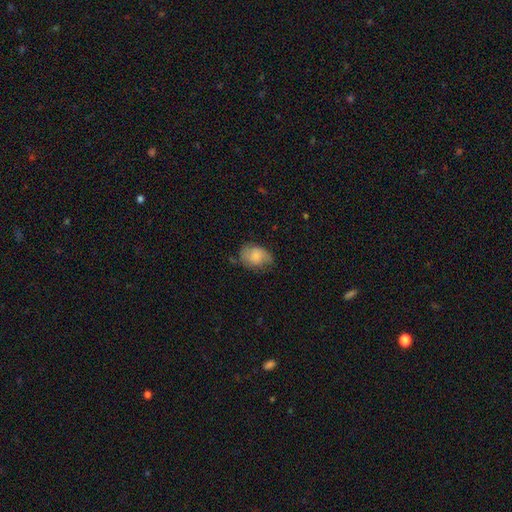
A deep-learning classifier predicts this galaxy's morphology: Smooth or featured? Predicted: smooth (p=0.66). How rounded? Predicted: in between (p=0.71). Merging? Predicted: none (p=0.55).